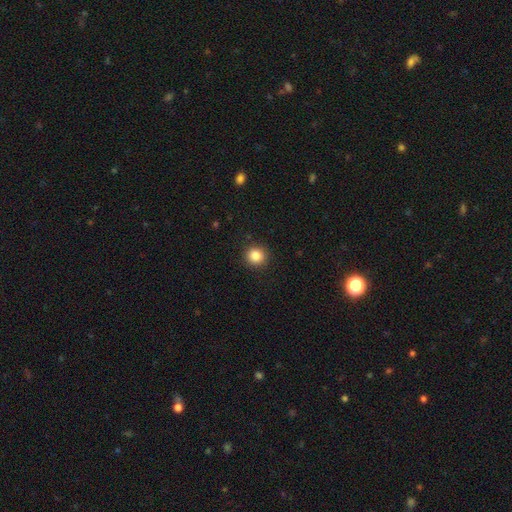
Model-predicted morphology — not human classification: Smooth or featured?
  - smooth: 85% *
  - star or artifact: 11%
  - featured or disk: 5%
How rounded?
  - round: 92% *
  - in between: 7%
  - cigar-shaped: 1%
Merging?
  - none: 92% *
  - minor disturbance: 6%
  - major disturbance: 2%
  - merger: 1%